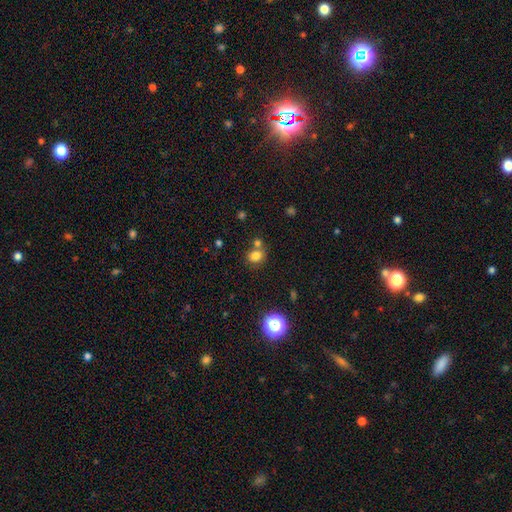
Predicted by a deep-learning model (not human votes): Smooth or featured? smooth (78%)
How rounded? round (68%)
Merging? none (60%)